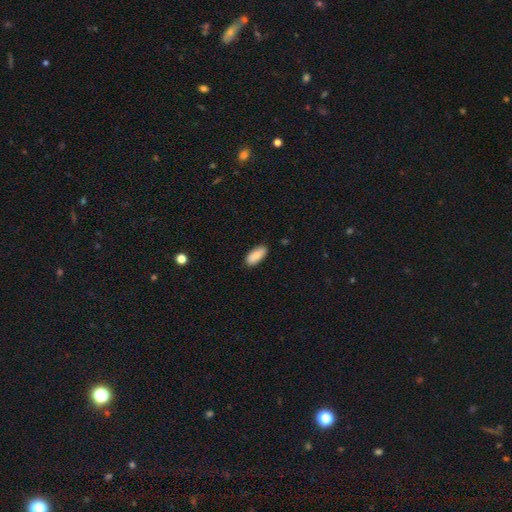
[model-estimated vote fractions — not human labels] This appears to be a smooth galaxy with no disk features (84%) that is in between round and cigar-shaped (87%). Merging: none (87%).